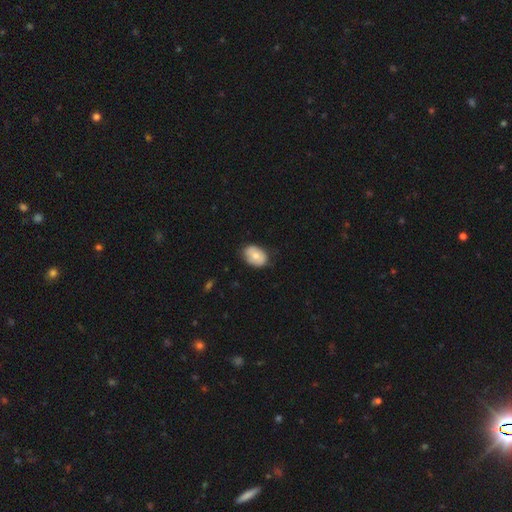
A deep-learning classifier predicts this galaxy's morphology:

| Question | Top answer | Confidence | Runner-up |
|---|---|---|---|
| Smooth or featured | smooth | 69% | featured or disk (24%) |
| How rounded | in between | 80% | round (19%) |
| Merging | none | 76% | minor disturbance (19%) |